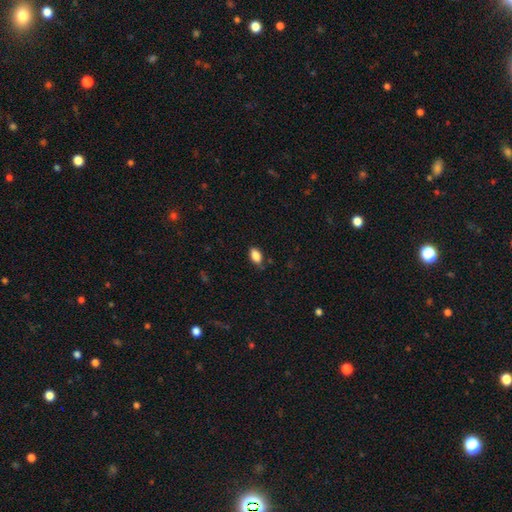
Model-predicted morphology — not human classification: smooth-or-featured: smooth: 87% | star or artifact: 8% | featured or disk: 5%
  how-rounded: in between: 91% | round: 6% | cigar-shaped: 3%
  merging: none: 78% | minor disturbance: 17% | major disturbance: 3% | merger: 2%